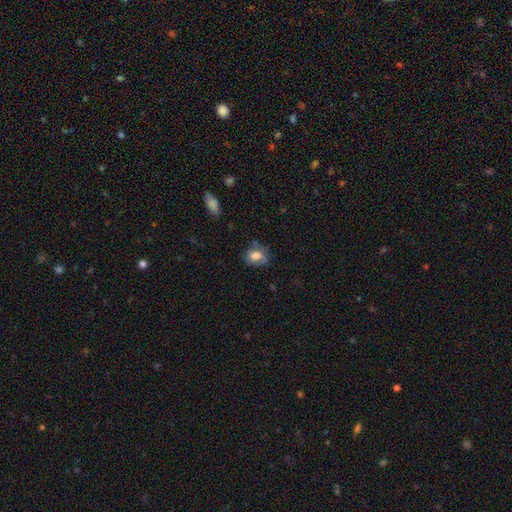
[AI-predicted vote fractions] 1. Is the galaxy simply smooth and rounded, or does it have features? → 75% smooth, 16% featured or disk, 9% star or artifact.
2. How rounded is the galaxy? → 61% in between, 38% round, 1% cigar-shaped.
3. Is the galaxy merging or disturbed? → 63% none, 25% minor disturbance, 8% major disturbance, 3% merger.